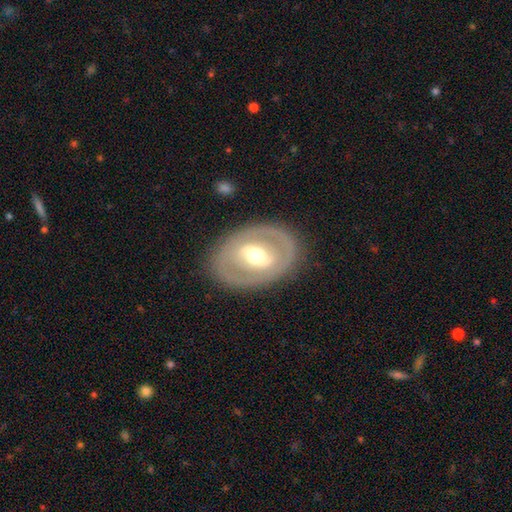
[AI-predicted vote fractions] Smooth or featured: featured or disk — 68% (smooth — 27%)
Edge-on disk: no — 92% (yes — 8%)
Bar: strong — 37% (weak — 34%)
Spiral arms: no — 76% (yes — 24%)
Bulge size: moderate — 69% (large — 15%)
Merging: none — 82% (minor disturbance — 11%)